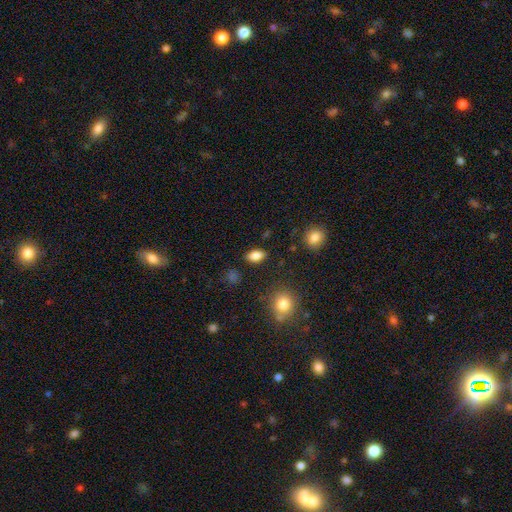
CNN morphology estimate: The model was most divided on "smooth or featured": smooth: 84%, star or artifact: 9%, featured or disk: 7%. More confident: how rounded — in between (88%); merging — none (86%).